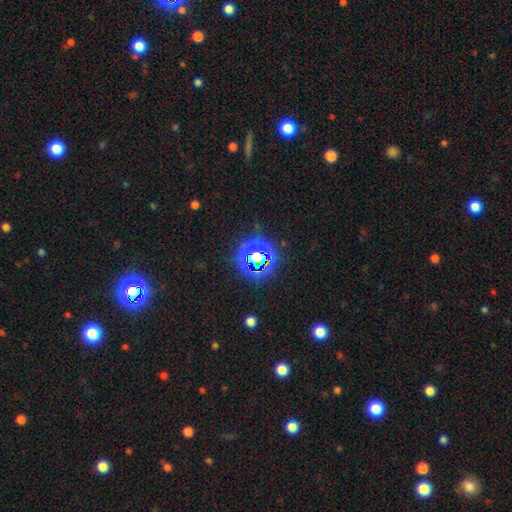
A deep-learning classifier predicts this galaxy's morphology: smooth-or-featured: star or artifact: 70% | smooth: 20% | featured or disk: 10%